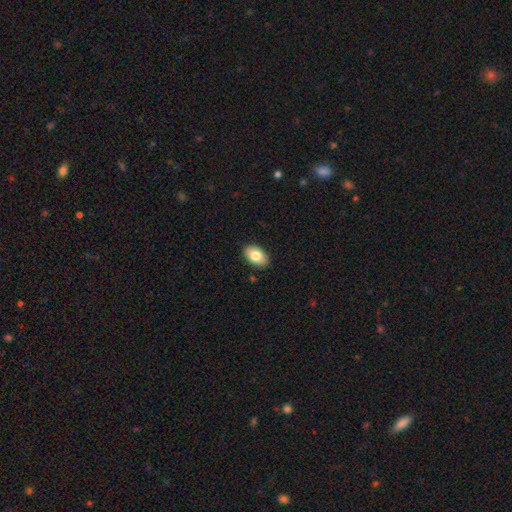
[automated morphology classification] A smooth galaxy with no disk features (81%) that is in between round and cigar-shaped (91%). Merging: none (89%).